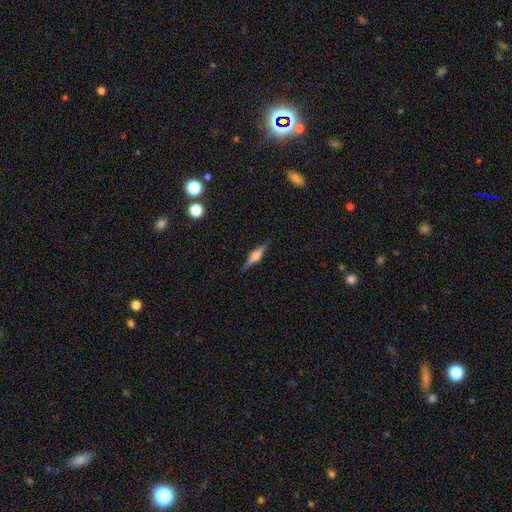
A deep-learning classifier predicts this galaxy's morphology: Smooth or featured?
  - featured or disk: 58% *
  - smooth: 34%
  - star or artifact: 8%
Edge-on disk?
  - yes: 96% *
  - no: 4%
Edge-on bulge?
  - rounded: 79% *
  - boxy: 16%
  - none: 5%
Merging?
  - none: 88% *
  - minor disturbance: 9%
  - major disturbance: 2%
  - merger: 1%